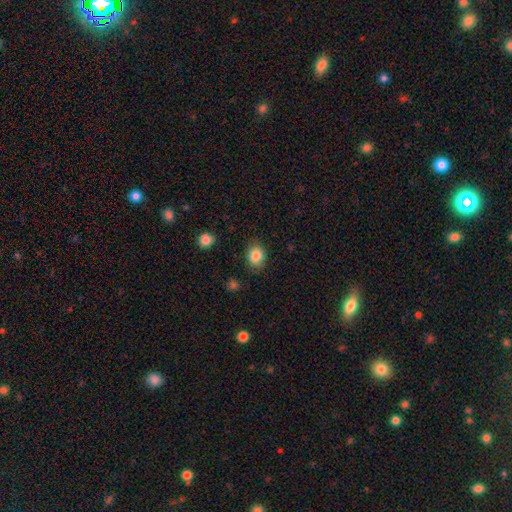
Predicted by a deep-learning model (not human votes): A smooth galaxy with no disk features (86%) that is round (52%). Merging: none (83%).